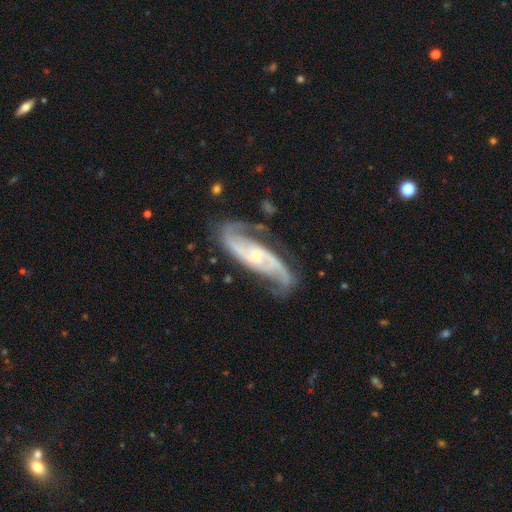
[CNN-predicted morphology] Overall: featured or disk (90%). Edge-on disk: no (92%). Bar: no (50%; weak 34%). Spiral arms: yes (98%). Spiral arm count: 2 (85%). Spiral winding: medium (50%; tight 28%). Bulge size: small (71%). Merging: none (70%).